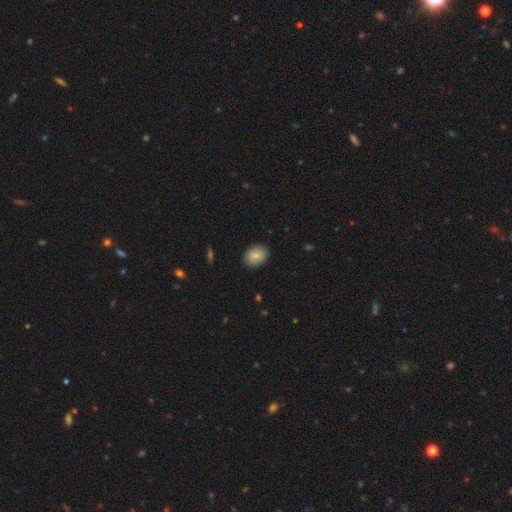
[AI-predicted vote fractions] This appears to be a smooth galaxy with no disk features (78%) that is in between round and cigar-shaped (62%). Merging: none (86%).